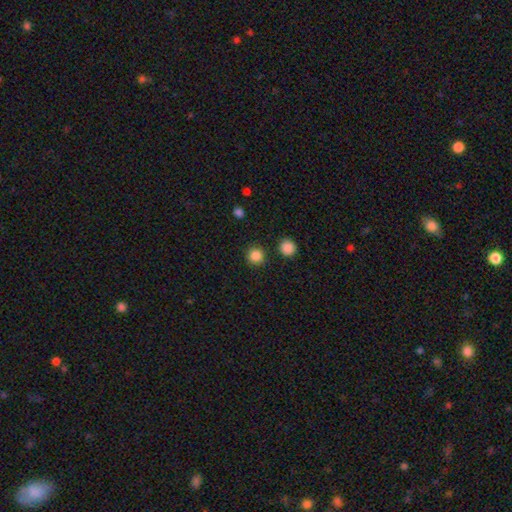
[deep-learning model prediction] smooth 86%, star or artifact 11%, featured or disk 3%. Down the decision tree: how rounded — round (95%); merging — none (90%).